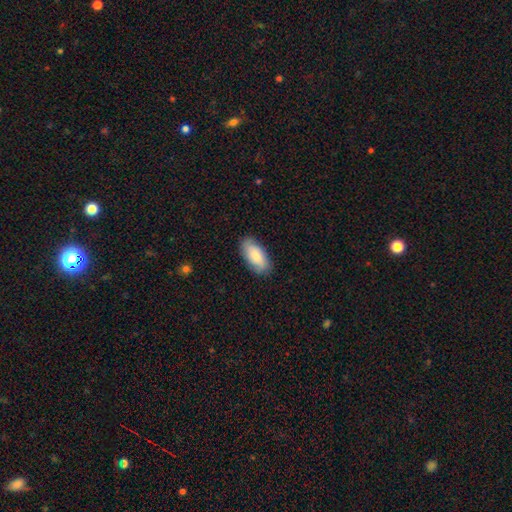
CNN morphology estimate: Smooth or featured? smooth (81%)
How rounded? in between (90%)
Merging? none (84%)